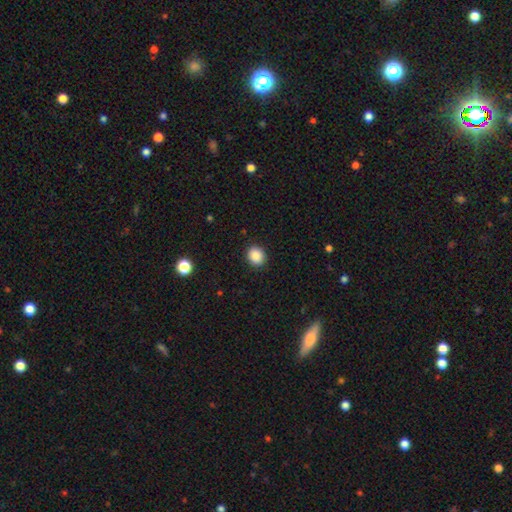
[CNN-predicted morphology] Smooth or featured: smooth — 88% (star or artifact — 9%)
How rounded: round — 69% (in between — 30%)
Merging: none — 91% (minor disturbance — 6%)